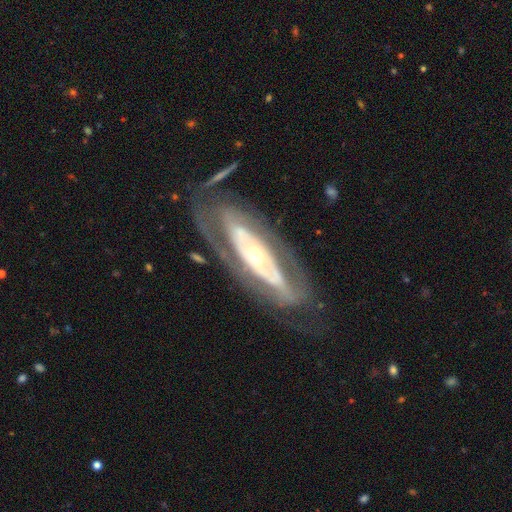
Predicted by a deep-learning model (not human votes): The model was most divided on "bulge size": small: 49%, moderate: 44%, large: 4%, dominant: 1%, none: 1%. More confident: edge-on disk — no (83%); smooth or featured — featured or disk (82%); bar — no (70%); merging — none (69%); spiral arms — yes (60%).